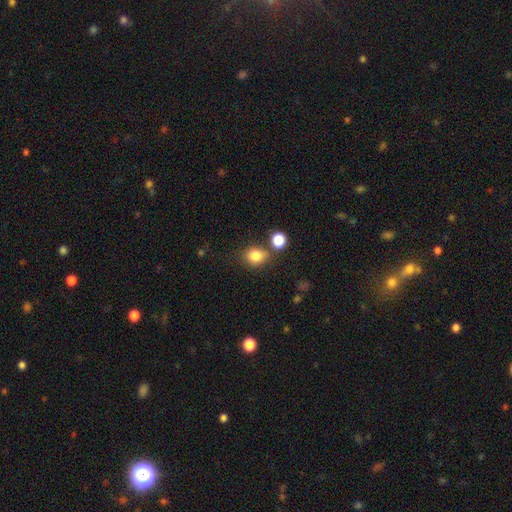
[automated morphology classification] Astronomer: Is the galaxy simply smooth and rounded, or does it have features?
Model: smooth — 83%.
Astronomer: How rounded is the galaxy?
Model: round — 63%.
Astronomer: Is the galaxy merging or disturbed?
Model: none — 64%.